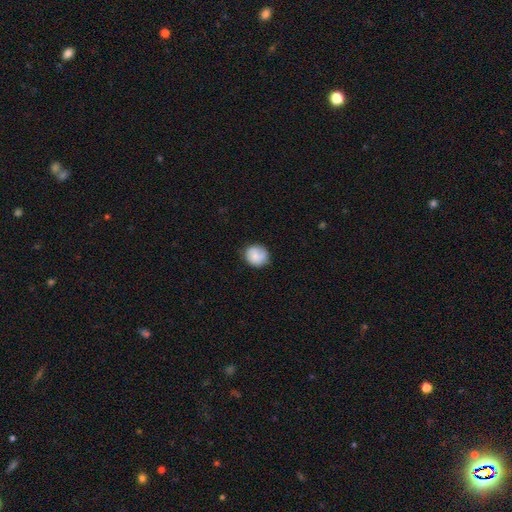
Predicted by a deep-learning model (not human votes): The model was most divided on "merging": none: 78%, minor disturbance: 17%, major disturbance: 3%, merger: 1%. More confident: how rounded — round (83%); smooth or featured — smooth (82%).